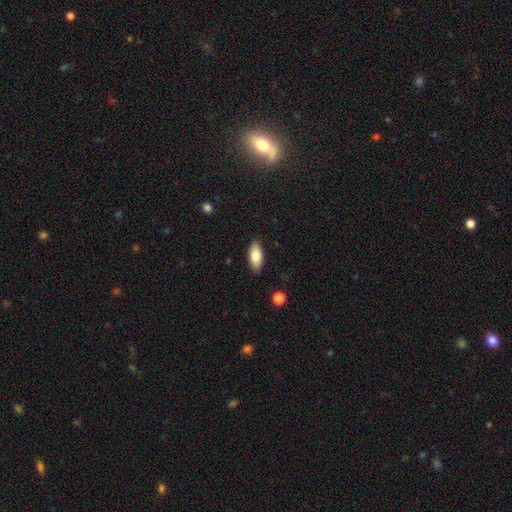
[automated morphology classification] The model was most divided on "smooth or featured": smooth: 83%, featured or disk: 11%, star or artifact: 7%. More confident: merging — none (87%); how rounded — in between (87%).